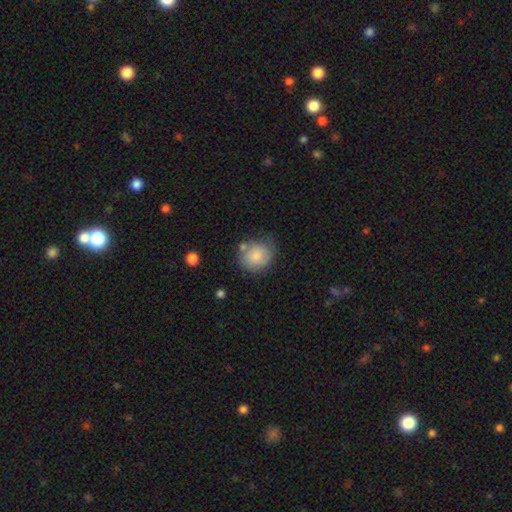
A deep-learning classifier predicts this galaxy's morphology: type=smooth (79%); roundness=round (76%); merging=none (60%).